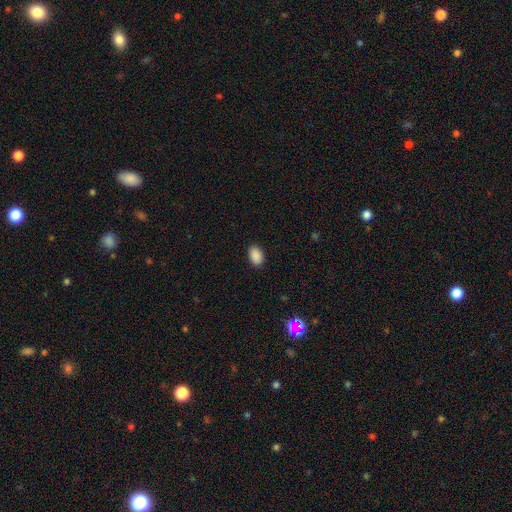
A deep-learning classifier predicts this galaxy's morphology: This is clearly a smooth galaxy (89%). How rounded: clearly in between (85%). Merging: clearly none (89%).